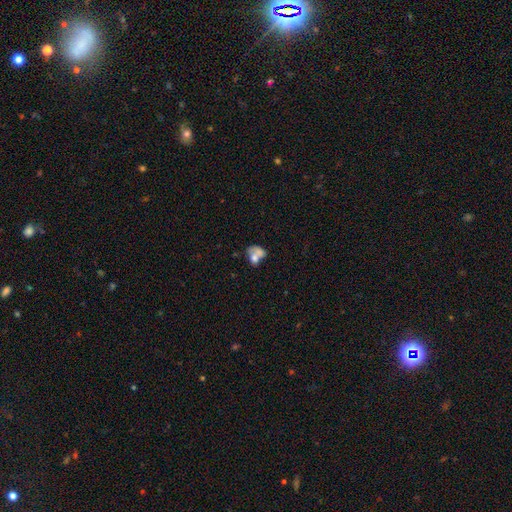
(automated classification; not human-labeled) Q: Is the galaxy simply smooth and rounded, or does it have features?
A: smooth — 62%.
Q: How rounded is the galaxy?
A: in between — 62%.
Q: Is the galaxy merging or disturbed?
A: merger — 55%.